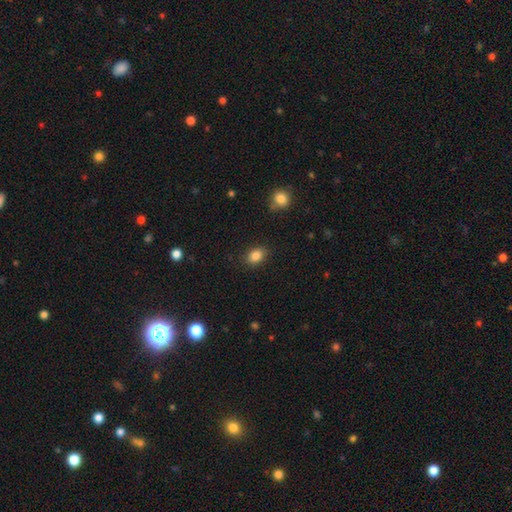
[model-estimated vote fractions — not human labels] A smooth galaxy with no disk features (85%) that is in between round and cigar-shaped (70%). Merging: none (85%).